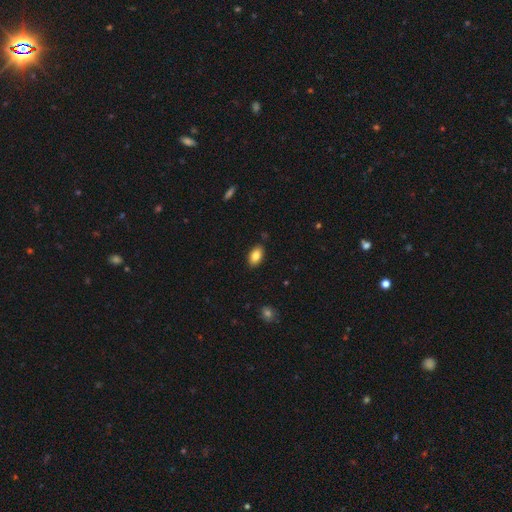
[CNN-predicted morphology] A smooth galaxy with no disk features (84%) that is in between round and cigar-shaped (92%).

Vote fractions:
- Smooth or featured? smooth: 84% / featured or disk: 8% / star or artifact: 8%
- How rounded? in between: 92% / round: 6% / cigar-shaped: 2%
- Merging? none: 87% / minor disturbance: 9% / major disturbance: 2% / merger: 1%